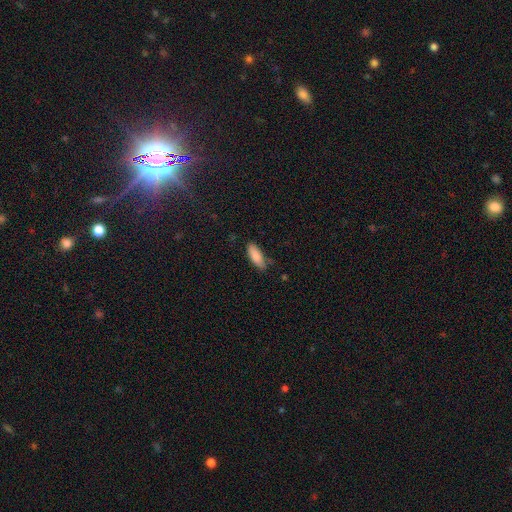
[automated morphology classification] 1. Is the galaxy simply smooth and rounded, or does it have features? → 86% smooth, 8% featured or disk, 6% star or artifact.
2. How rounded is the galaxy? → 71% in between, 28% cigar-shaped, 2% round.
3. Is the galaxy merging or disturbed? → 72% none, 21% minor disturbance, 4% major disturbance, 3% merger.